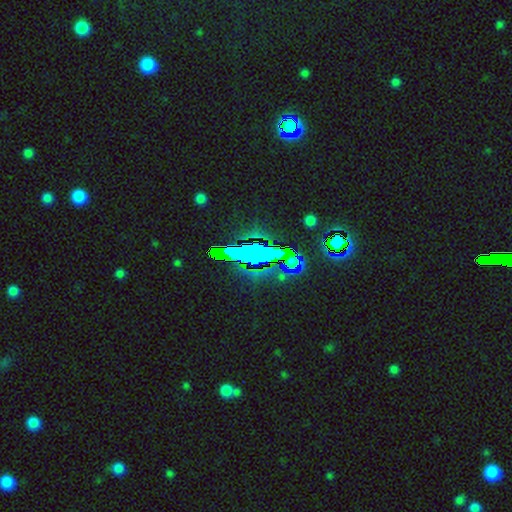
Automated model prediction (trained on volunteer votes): smooth-or-featured: star or artifact: 74% | smooth: 15% | featured or disk: 10%